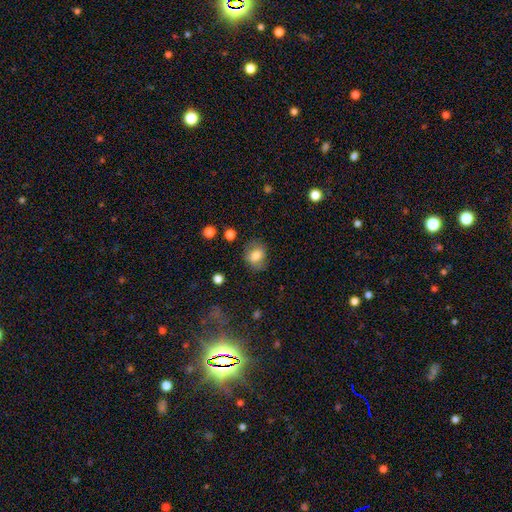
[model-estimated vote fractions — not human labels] This is likely a smooth galaxy (78%). How rounded: possibly round (53%). Merging: likely none (70%).